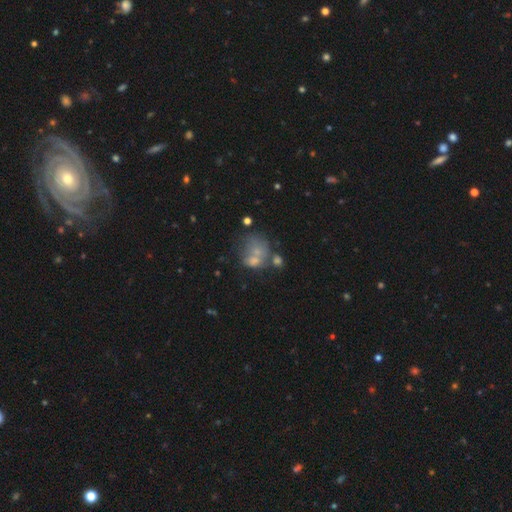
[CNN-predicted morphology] The model was most divided on "how rounded": round: 52%, in between: 47%, cigar-shaped: 1%. Remaining: smooth or featured — smooth (52%); merging — merger (36%).